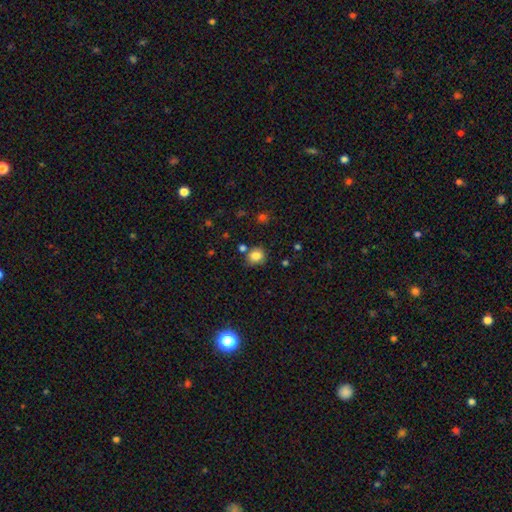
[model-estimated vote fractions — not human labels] This is clearly a smooth galaxy (81%). How rounded: likely round (74%). Merging: likely none (73%).